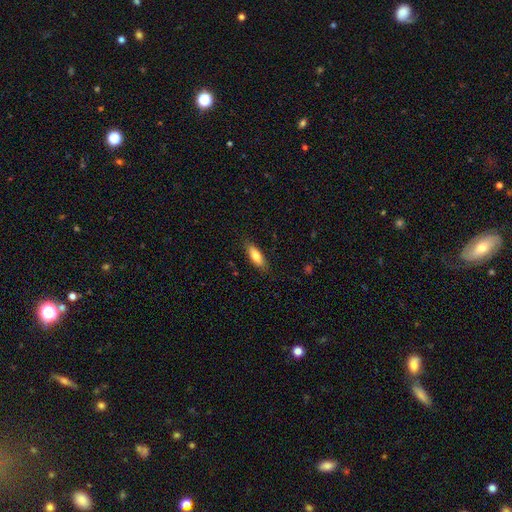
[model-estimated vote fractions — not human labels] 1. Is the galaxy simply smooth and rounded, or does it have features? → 76% smooth, 18% featured or disk, 6% star or artifact.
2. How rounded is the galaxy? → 67% in between, 30% cigar-shaped, 2% round.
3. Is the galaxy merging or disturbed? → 86% none, 11% minor disturbance, 2% major disturbance, 1% merger.